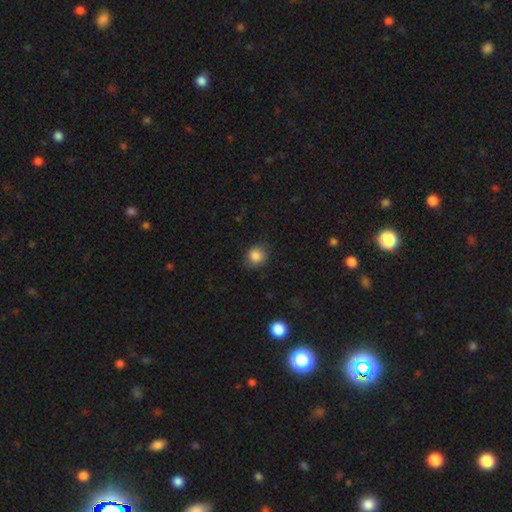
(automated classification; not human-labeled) This is clearly a smooth galaxy (85%). How rounded: clearly round (84%). Merging: clearly none (83%).